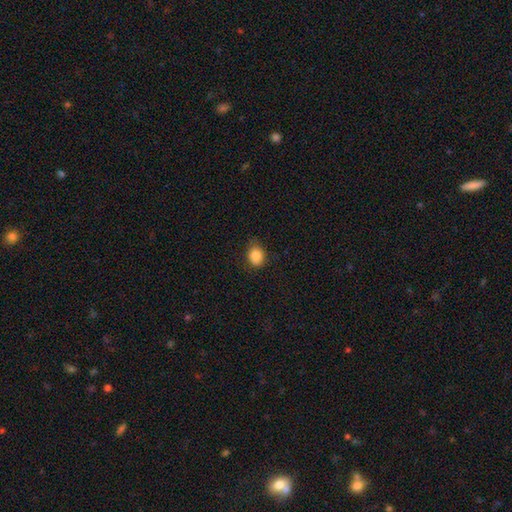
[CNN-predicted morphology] This appears to be a smooth galaxy with no disk features (86%) that is in between round and cigar-shaped (54%). Merging: none (71%).